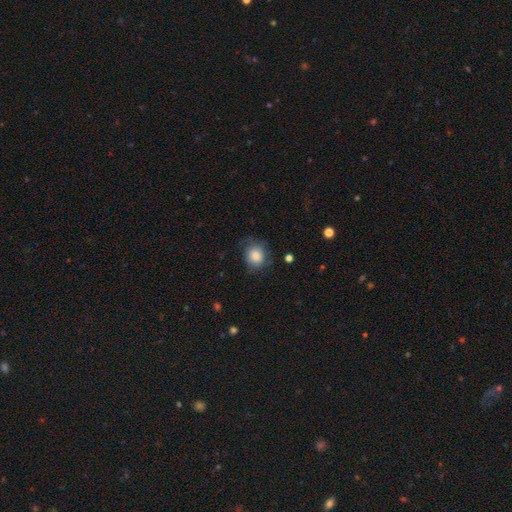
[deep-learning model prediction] This is likely a smooth galaxy (79%). How rounded: likely round (67%). Merging: likely none (60%).